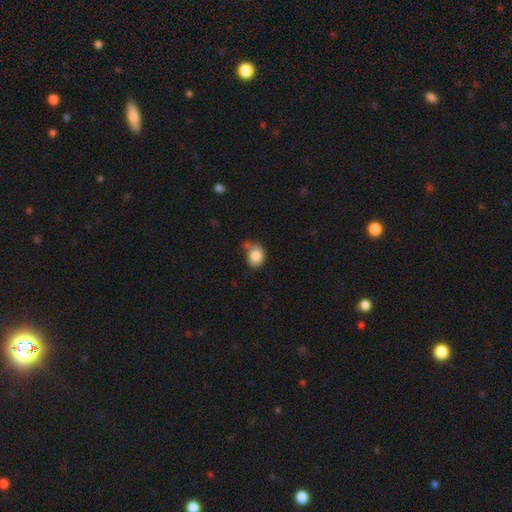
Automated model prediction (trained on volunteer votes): Smooth or featured? smooth (84%)
How rounded? round (55%)
Merging? none (55%)